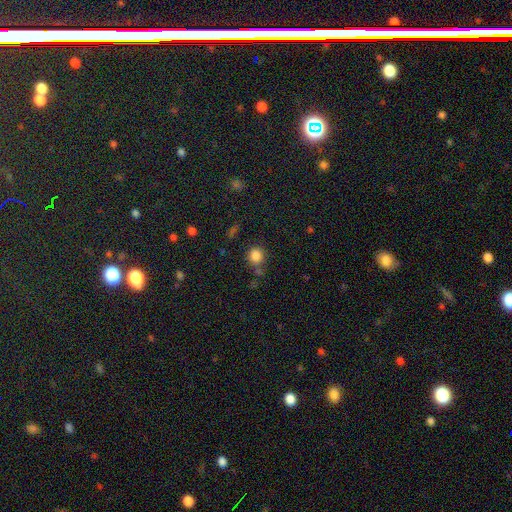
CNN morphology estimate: Overall: smooth (83%). How rounded: round (85%). Merging: none (73%).